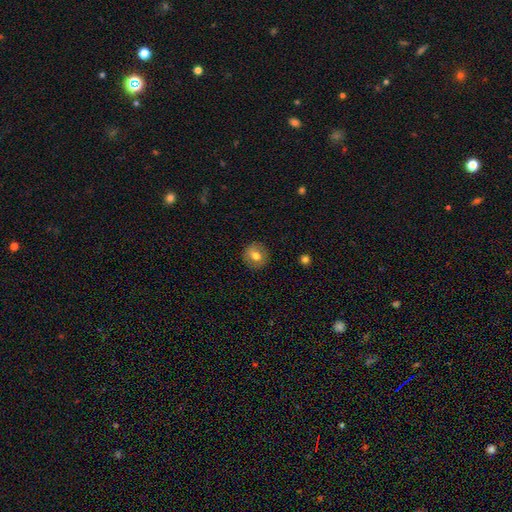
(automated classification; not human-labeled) Q: Smooth or featured?
A: smooth (73%); runner-up: featured or disk (19%)
Q: How rounded?
A: round (91%); runner-up: in between (8%)
Q: Merging?
A: none (90%); runner-up: minor disturbance (7%)